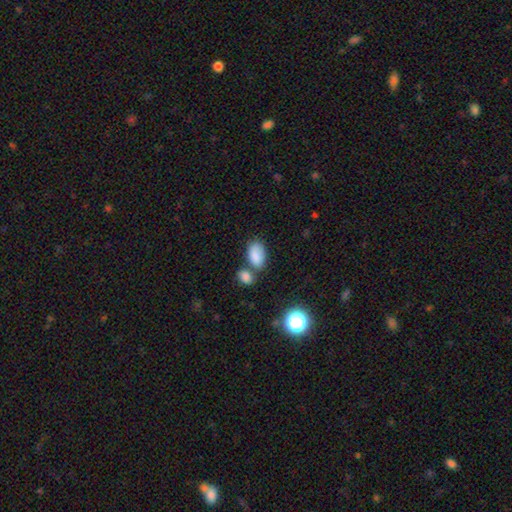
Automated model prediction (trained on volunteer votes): A smooth galaxy with no disk features (85%) that is in between round and cigar-shaped (92%).

Vote fractions:
- Smooth or featured? smooth: 85% / star or artifact: 9% / featured or disk: 6%
- How rounded? in between: 92% / round: 6% / cigar-shaped: 2%
- Merging? none: 50% / merger: 31% / minor disturbance: 14% / major disturbance: 5%